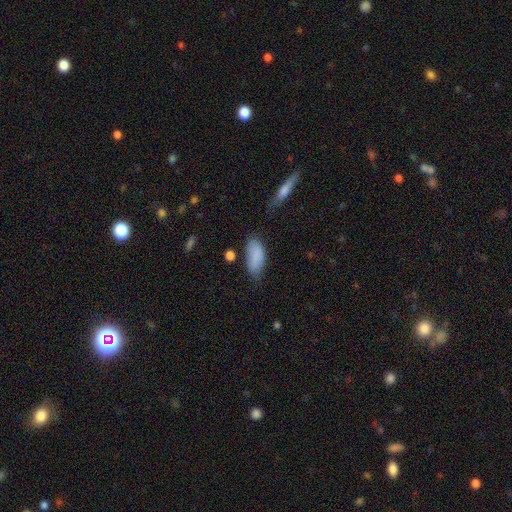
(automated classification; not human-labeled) The model was most divided on "merging": none: 60%, minor disturbance: 29%, major disturbance: 8%, merger: 4%. More confident: how rounded — in between (90%); smooth or featured — smooth (86%).